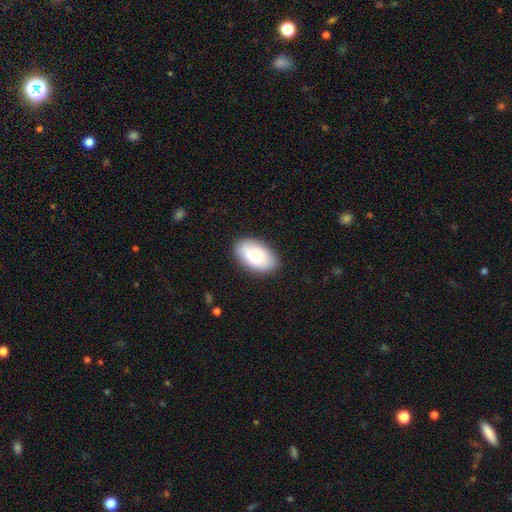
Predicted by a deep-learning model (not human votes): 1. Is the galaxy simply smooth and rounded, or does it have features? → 75% smooth, 19% featured or disk, 6% star or artifact.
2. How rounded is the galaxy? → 93% in between, 6% round, 1% cigar-shaped.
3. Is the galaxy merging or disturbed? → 87% none, 9% minor disturbance, 2% major disturbance, 1% merger.